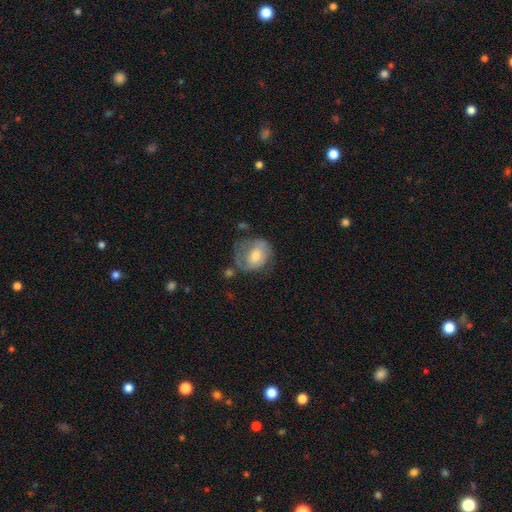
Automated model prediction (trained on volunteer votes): Overall: featured or disk (51%; smooth 42%). Edge-on disk: no (96%). Merging: none (49%; minor disturbance 27%).